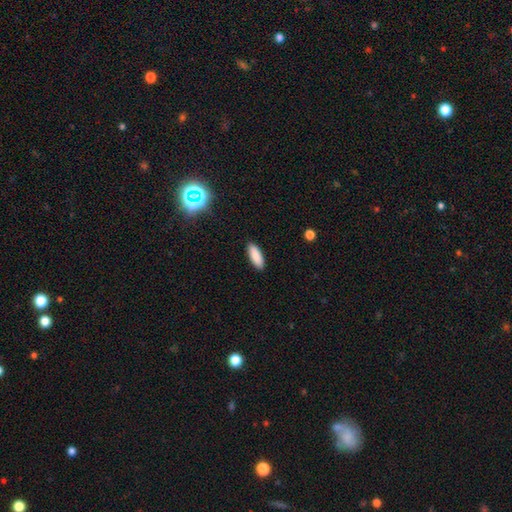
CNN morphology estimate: This is clearly a smooth galaxy (89%). How rounded: likely in between (66%). Merging: clearly none (90%).